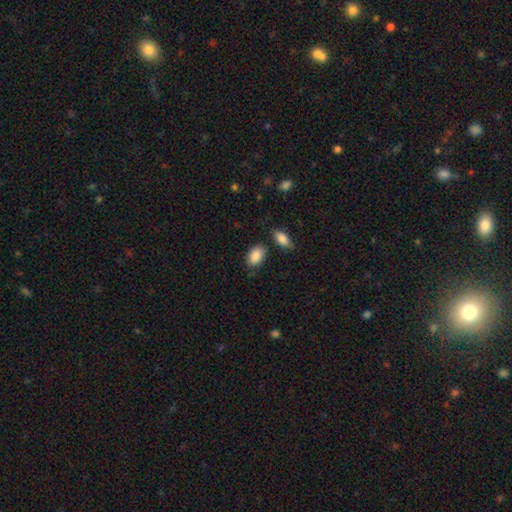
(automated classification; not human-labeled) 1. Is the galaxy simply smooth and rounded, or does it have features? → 88% smooth, 7% star or artifact, 5% featured or disk.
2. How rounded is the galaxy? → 88% in between, 11% round, 1% cigar-shaped.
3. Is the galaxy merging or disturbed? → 78% none, 13% minor disturbance, 5% merger, 3% major disturbance.